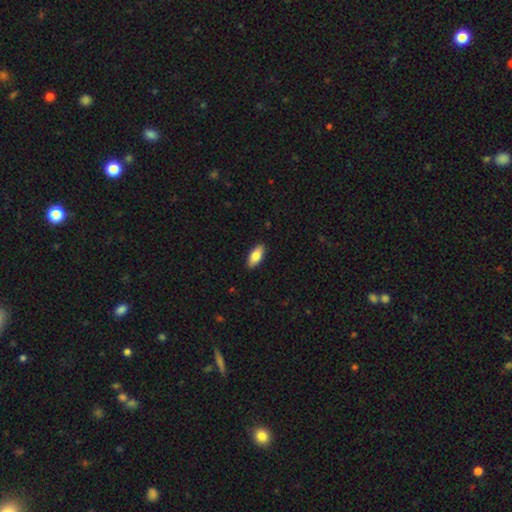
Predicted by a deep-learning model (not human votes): smooth 78%, featured or disk 16%, star or artifact 6%. Down the decision tree: how rounded — in between (86%); merging — none (90%).